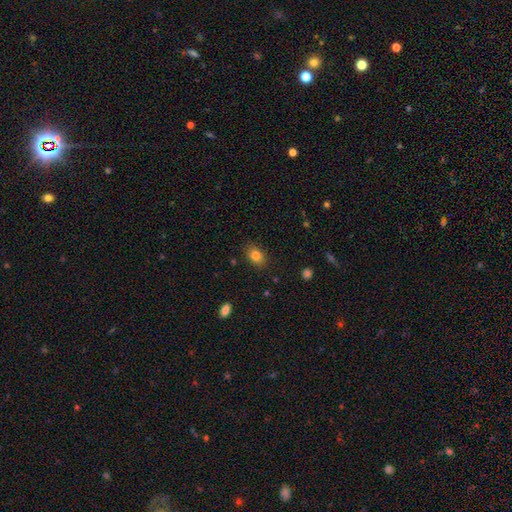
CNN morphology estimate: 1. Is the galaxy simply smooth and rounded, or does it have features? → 83% smooth, 10% star or artifact, 7% featured or disk.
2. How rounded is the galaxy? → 74% in between, 25% round, 1% cigar-shaped.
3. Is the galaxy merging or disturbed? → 84% none, 12% minor disturbance, 3% major disturbance, 1% merger.